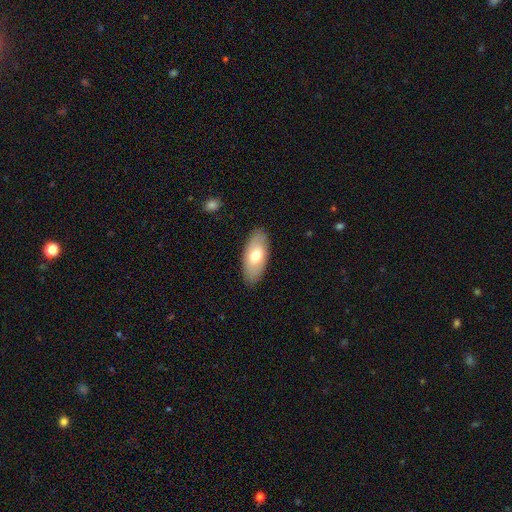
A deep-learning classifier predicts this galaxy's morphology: Smooth or featured? Predicted: smooth (p=0.69). How rounded? Predicted: in between (p=0.89). Merging? Predicted: none (p=0.87).